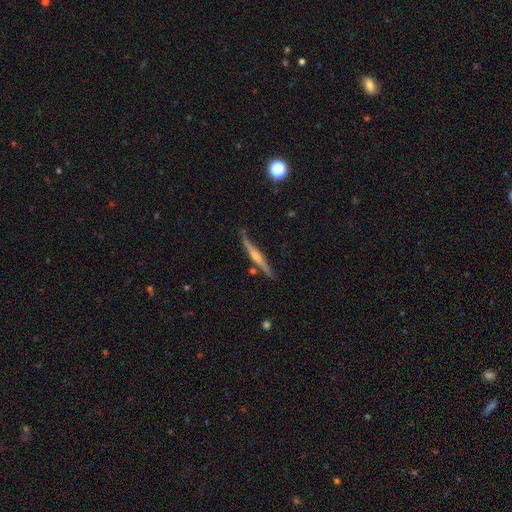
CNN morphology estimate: Q: Smooth or featured?
A: featured or disk (77%); runner-up: smooth (17%)
Q: Edge-on disk?
A: yes (98%); runner-up: no (2%)
Q: Edge-on bulge?
A: rounded (83%); runner-up: none (10%)
Q: Merging?
A: none (84%); runner-up: minor disturbance (11%)